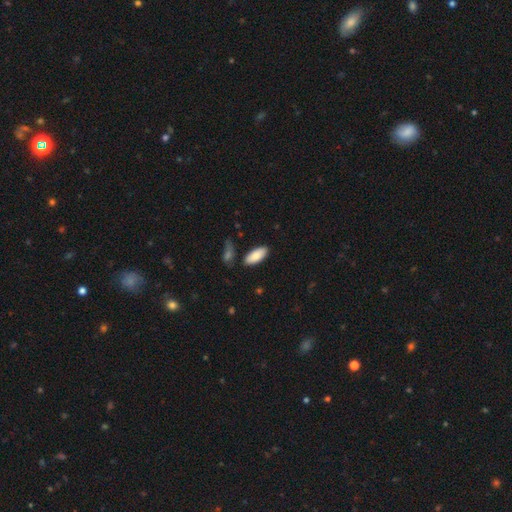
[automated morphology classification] Smooth or featured? smooth (84%)
How rounded? in between (87%)
Merging? none (81%)